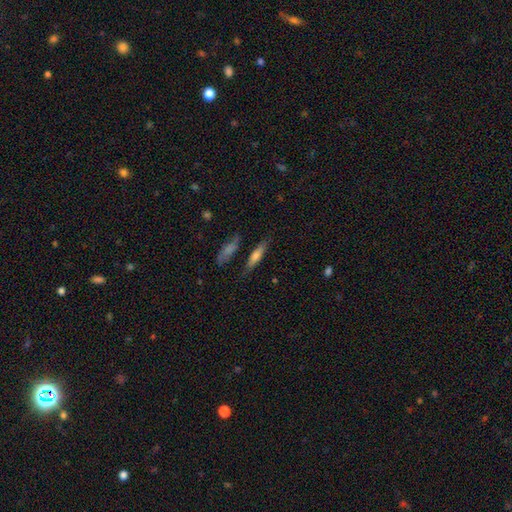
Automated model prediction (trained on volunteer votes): Smooth or featured? Predicted: smooth (p=0.63). How rounded? Predicted: cigar-shaped (p=0.76). Merging? Predicted: none (p=0.77).